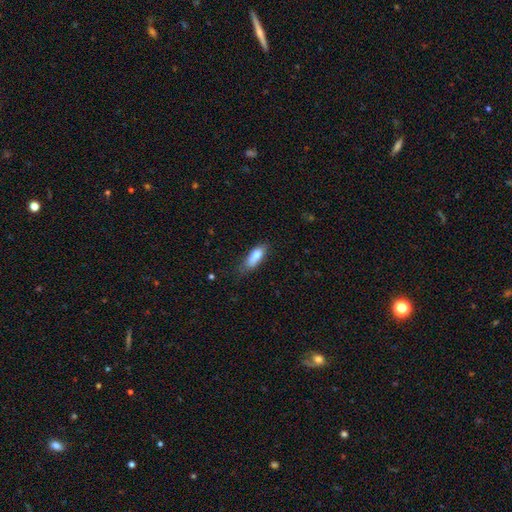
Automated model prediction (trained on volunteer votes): smooth 81%, featured or disk 12%, star or artifact 7%. Down the decision tree: how rounded — in between (65%); merging — none (56%).